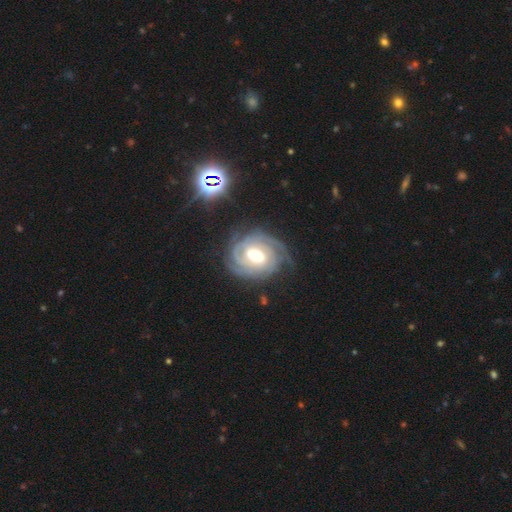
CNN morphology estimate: Smooth or featured: featured or disk — 88% (smooth — 7%)
Edge-on disk: no — 97% (yes — 3%)
Bar: weak — 49% (strong — 28%)
Spiral arms: yes — 98% (no — 2%)
Spiral winding: tight — 77% (medium — 19%)
Spiral arm count: 2 — 29% (3 — 28%)
Bulge size: moderate — 69% (large — 18%)
Merging: none — 74% (minor disturbance — 17%)